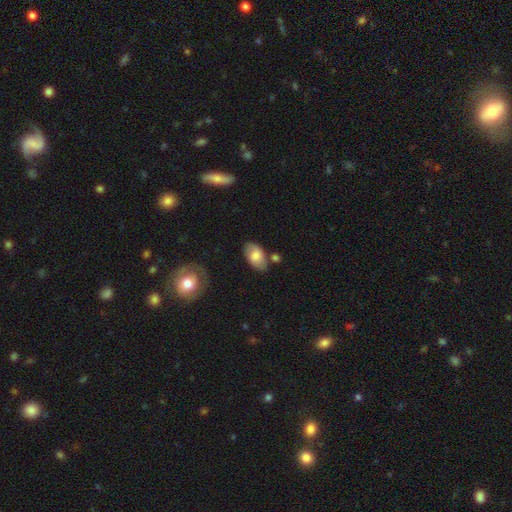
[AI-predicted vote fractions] This appears to be a smooth galaxy with no disk features (74%) that is in between round and cigar-shaped (93%). Merging: none (71%).